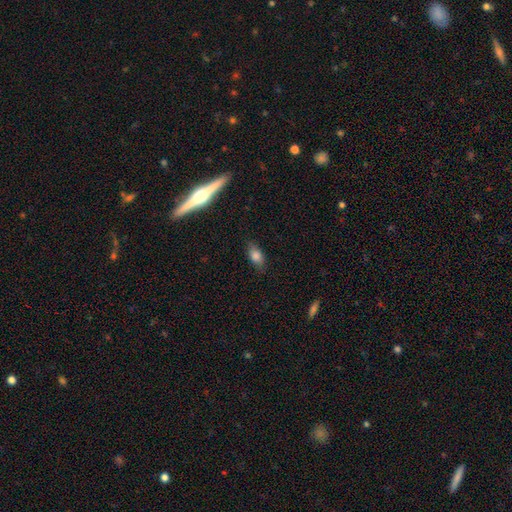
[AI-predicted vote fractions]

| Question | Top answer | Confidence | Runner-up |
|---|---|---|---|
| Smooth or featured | smooth | 78% | featured or disk (12%) |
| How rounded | in between | 84% | cigar-shaped (9%) |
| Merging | none | 80% | minor disturbance (15%) |